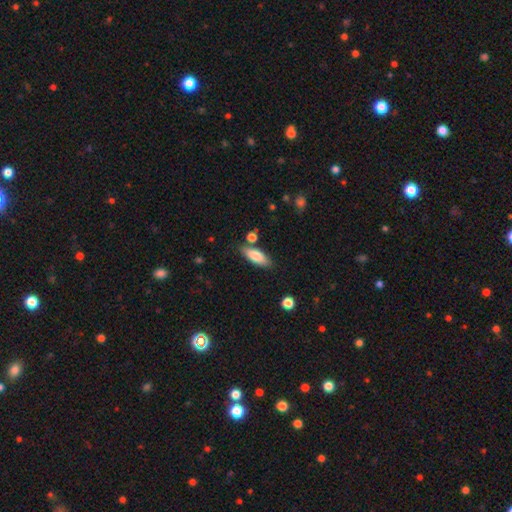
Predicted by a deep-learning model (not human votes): The model was most divided on "how rounded": in between: 69%, cigar-shaped: 29%, round: 2%. More confident: smooth or featured — smooth (80%); merging — none (79%).